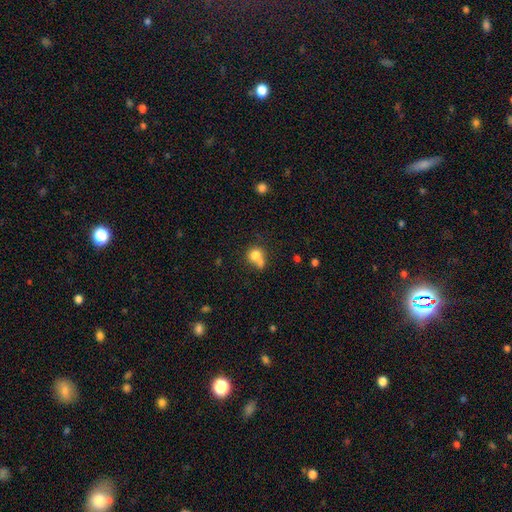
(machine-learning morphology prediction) Overall: smooth (77%). How rounded: round (76%). Merging: merger (43%; none 37%).